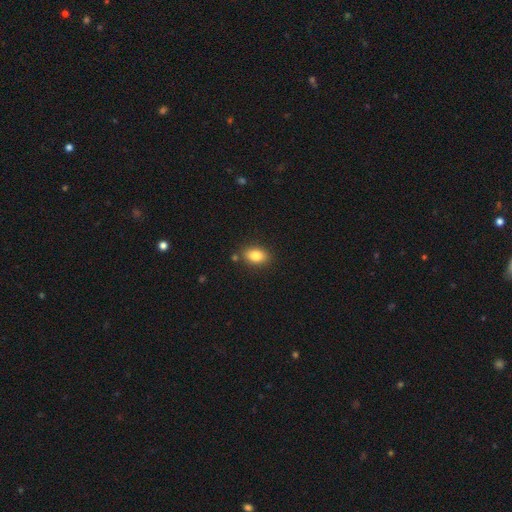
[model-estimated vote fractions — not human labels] A smooth galaxy with no disk features (82%) that is in between round and cigar-shaped (79%).

Vote fractions:
- Smooth or featured? smooth: 82% / star or artifact: 9% / featured or disk: 9%
- How rounded? in between: 79% / round: 19% / cigar-shaped: 2%
- Merging? none: 82% / minor disturbance: 11% / merger: 5% / major disturbance: 2%